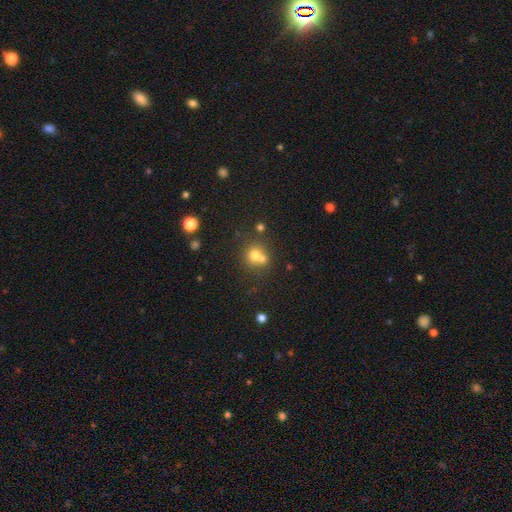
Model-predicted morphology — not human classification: Smooth or featured? smooth (70%)
How rounded? round (83%)
Merging? merger (45%)